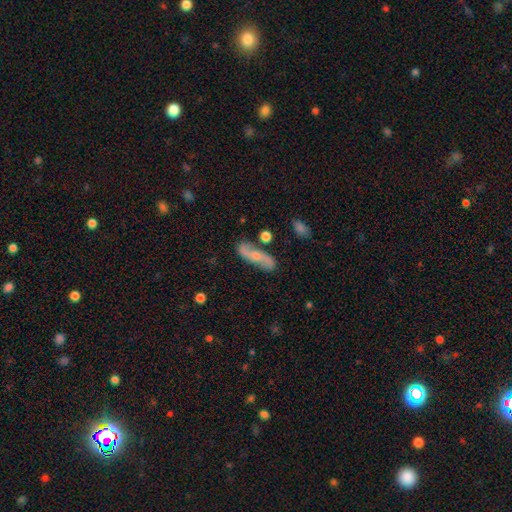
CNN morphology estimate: smooth_or_featured: featured or disk (p=0.67) [alt: smooth p=0.26]
disk_edge_on: no (p=0.84) [alt: yes p=0.16]
bar: no (p=0.59) [alt: weak p=0.27]
has_spiral_arms: yes (p=0.89) [alt: no p=0.11]
spiral_winding: loose (p=0.63) [alt: medium p=0.25]
spiral_arm_count: 2 (p=0.91) [alt: can't tell p=0.05]
bulge_size: small (p=0.56) [alt: moderate p=0.37]
merging: none (p=0.78) [alt: minor disturbance p=0.14]